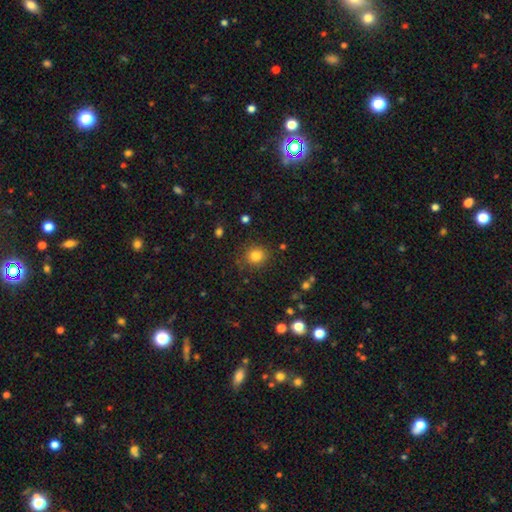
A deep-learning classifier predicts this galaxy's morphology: Smooth or featured?
  - smooth: 82% *
  - star or artifact: 12%
  - featured or disk: 5%
How rounded?
  - round: 84% *
  - in between: 15%
  - cigar-shaped: 1%
Merging?
  - none: 85% *
  - minor disturbance: 10%
  - major disturbance: 3%
  - merger: 2%